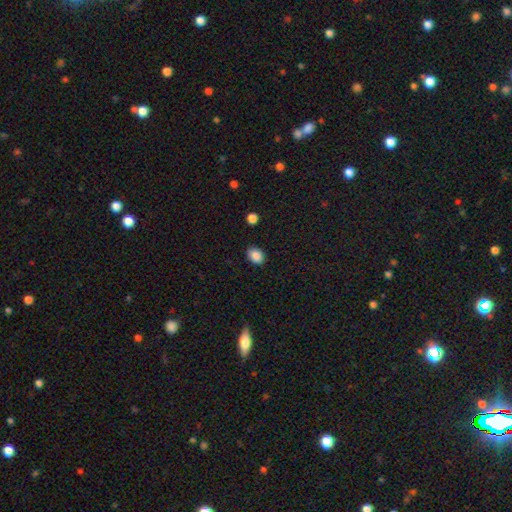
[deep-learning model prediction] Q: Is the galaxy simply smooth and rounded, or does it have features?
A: smooth — 87%.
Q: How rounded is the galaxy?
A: in between — 70%.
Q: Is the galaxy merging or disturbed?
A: none — 87%.